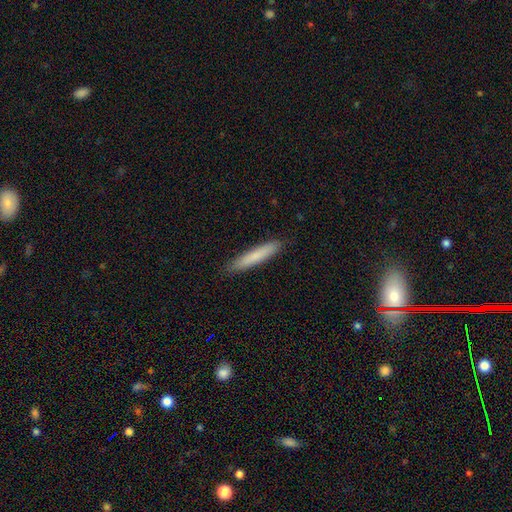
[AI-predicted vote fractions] smooth 79%, featured or disk 15%, star or artifact 6%. Down the decision tree: how rounded — cigar-shaped (92%); merging — none (90%).